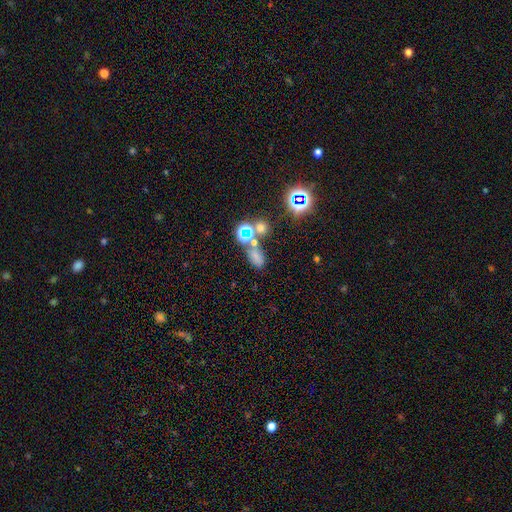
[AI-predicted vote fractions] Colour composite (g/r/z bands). It shows a smooth galaxy with no disk features (57%) that is in between round and cigar-shaped (75%). Merging: none (50%).